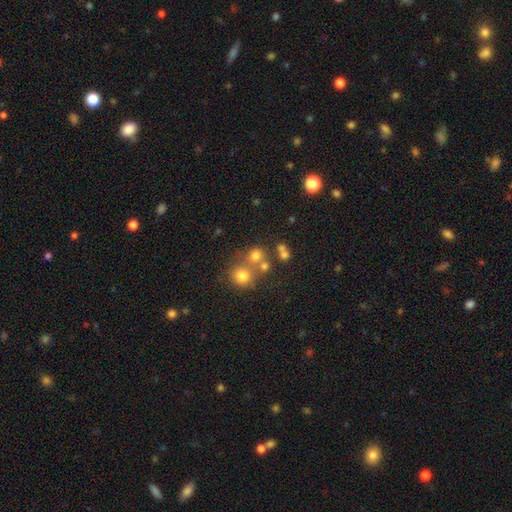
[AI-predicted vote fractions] Q: Smooth or featured?
A: smooth (67%); runner-up: star or artifact (18%)
Q: How rounded?
A: round (84%); runner-up: in between (15%)
Q: Merging?
A: none (50%); runner-up: merger (37%)